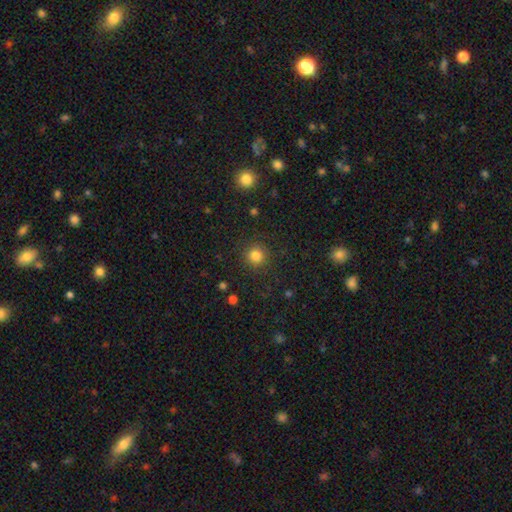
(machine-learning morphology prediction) smooth 82%, star or artifact 13%, featured or disk 5%. Down the decision tree: how rounded — round (94%); merging — none (90%).